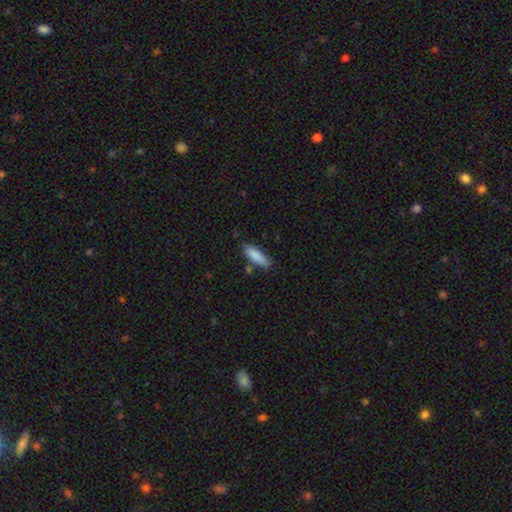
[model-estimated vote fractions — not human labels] A smooth galaxy with no disk features (87%) that is in between round and cigar-shaped (51%). Merging: none (76%).